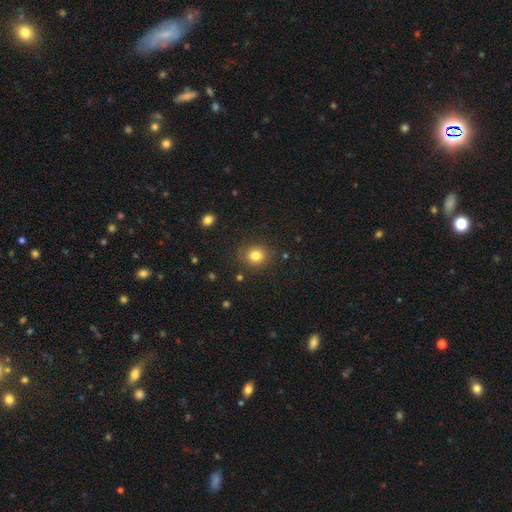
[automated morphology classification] type=smooth (81%); roundness=round (81%); merging=none (85%).